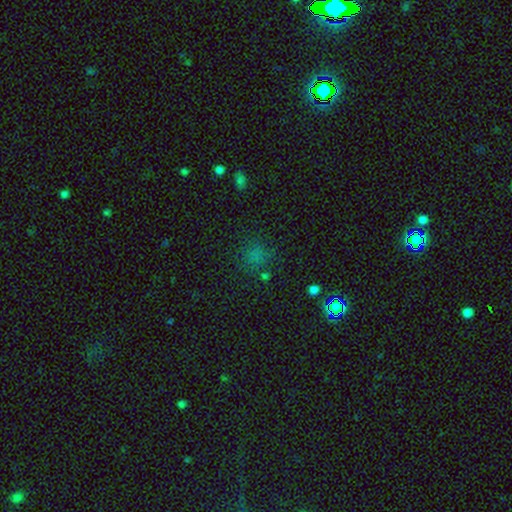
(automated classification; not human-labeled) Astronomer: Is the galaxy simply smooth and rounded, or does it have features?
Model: smooth — 58% (runner-up: star or artifact, 35%).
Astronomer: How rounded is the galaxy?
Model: round — 84%.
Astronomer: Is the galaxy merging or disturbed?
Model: none — 72%.